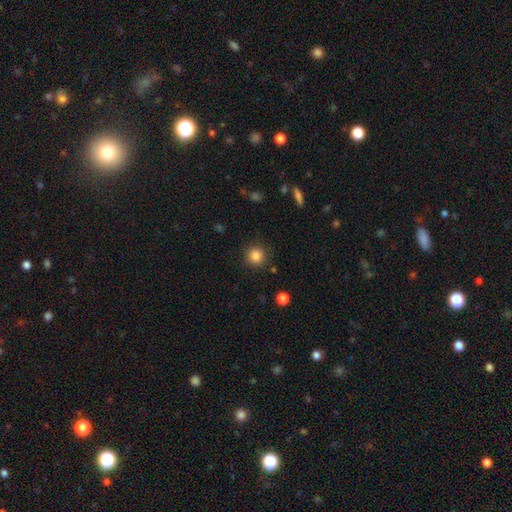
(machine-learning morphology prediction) This is clearly a smooth galaxy (85%). How rounded: clearly round (93%). Merging: clearly none (88%).